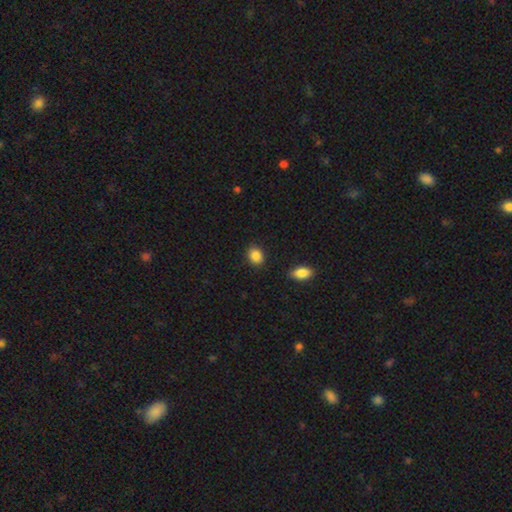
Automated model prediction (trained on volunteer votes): The model was most divided on "how rounded": in between: 55%, round: 44%, cigar-shaped: 1%. More confident: smooth or featured — smooth (88%); merging — none (86%).